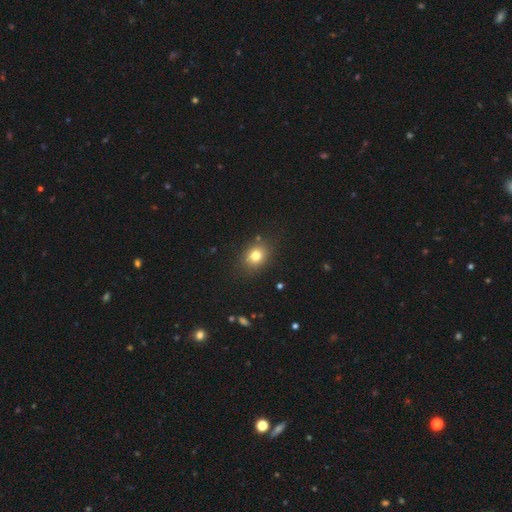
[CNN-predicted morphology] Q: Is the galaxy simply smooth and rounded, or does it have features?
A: smooth — 79%.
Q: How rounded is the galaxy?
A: round — 53%.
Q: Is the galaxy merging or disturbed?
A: none — 84%.